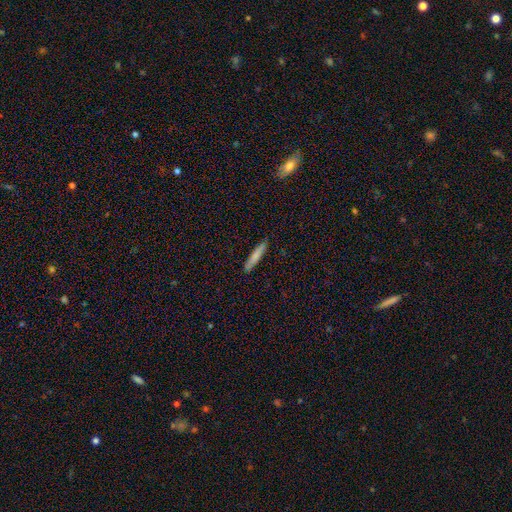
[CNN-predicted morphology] A smooth galaxy with no disk features (79%) that is cigar-shaped (92%).

Vote fractions:
- Smooth or featured? smooth: 79% / featured or disk: 16% / star or artifact: 6%
- How rounded? cigar-shaped: 92% / in between: 6% / round: 1%
- Merging? none: 89% / minor disturbance: 8% / major disturbance: 2% / merger: 1%